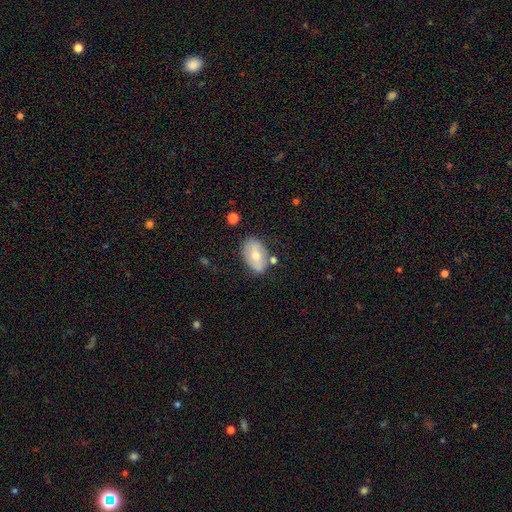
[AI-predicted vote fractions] Smooth or featured? smooth (57%)
How rounded? in between (87%)
Merging? none (72%)